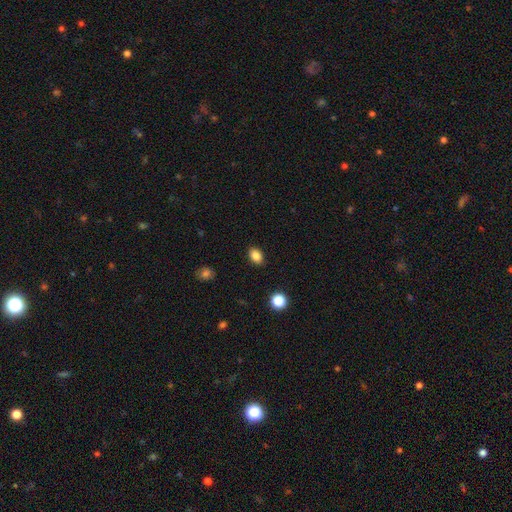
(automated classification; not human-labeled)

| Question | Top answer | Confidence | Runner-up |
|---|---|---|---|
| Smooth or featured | smooth | 86% | star or artifact (10%) |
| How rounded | in between | 77% | round (22%) |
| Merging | none | 88% | minor disturbance (9%) |